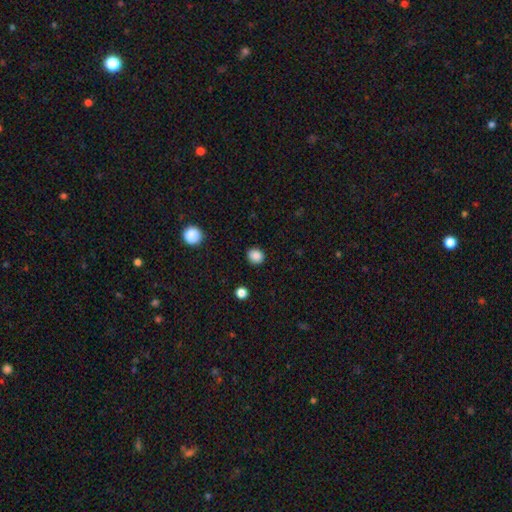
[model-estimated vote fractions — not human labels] A smooth galaxy with no disk features (87%) that is round (81%).

Vote fractions:
- Smooth or featured? smooth: 87% / star or artifact: 10% / featured or disk: 3%
- How rounded? round: 81% / in between: 18% / cigar-shaped: 1%
- Merging? none: 89% / minor disturbance: 7% / major disturbance: 2% / merger: 1%